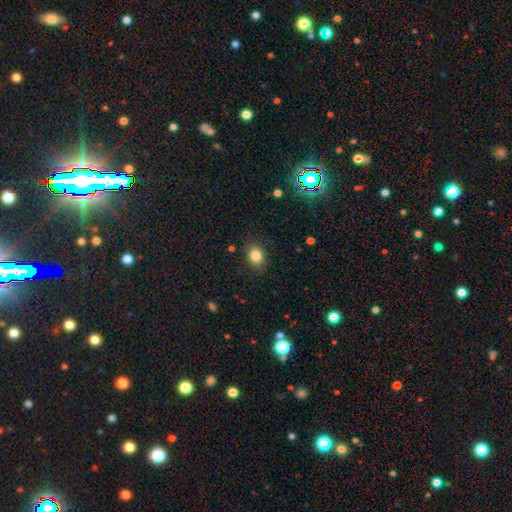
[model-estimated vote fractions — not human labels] This appears to be a smooth galaxy with no disk features (84%) that is in between round and cigar-shaped (59%). Merging: none (84%).